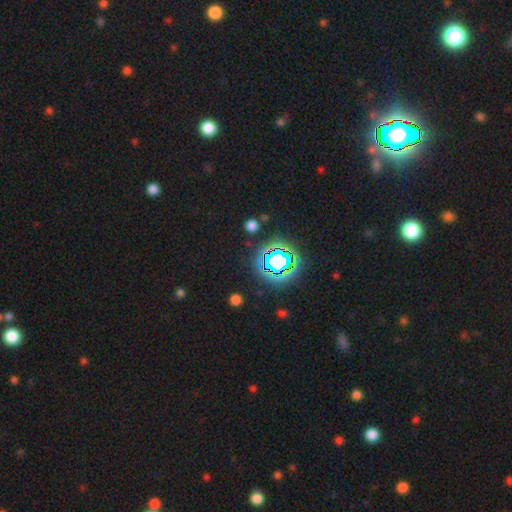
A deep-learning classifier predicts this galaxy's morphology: The model was most divided on "smooth or featured": star or artifact: 83%, smooth: 11%, featured or disk: 7%.